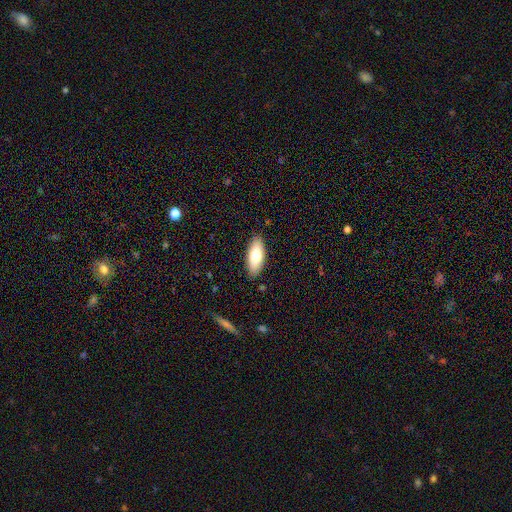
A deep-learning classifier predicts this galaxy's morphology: Smooth or featured?
  - smooth: 76% *
  - featured or disk: 17%
  - star or artifact: 6%
How rounded?
  - in between: 81% *
  - cigar-shaped: 17%
  - round: 2%
Merging?
  - none: 87% *
  - minor disturbance: 10%
  - major disturbance: 2%
  - merger: 1%